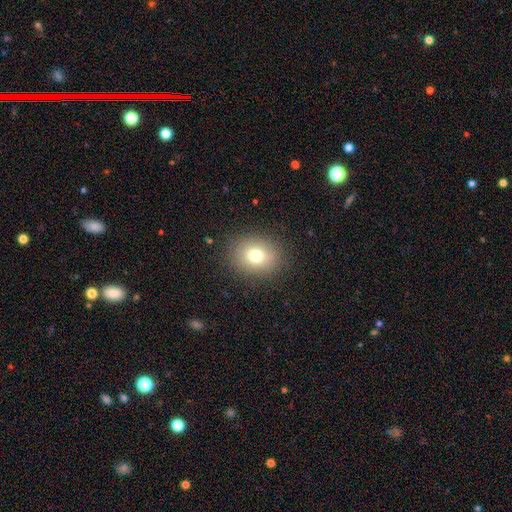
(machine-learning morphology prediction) Smooth or featured? Predicted: smooth (p=0.76). How rounded? Predicted: round (p=0.60). Merging? Predicted: none (p=0.87).